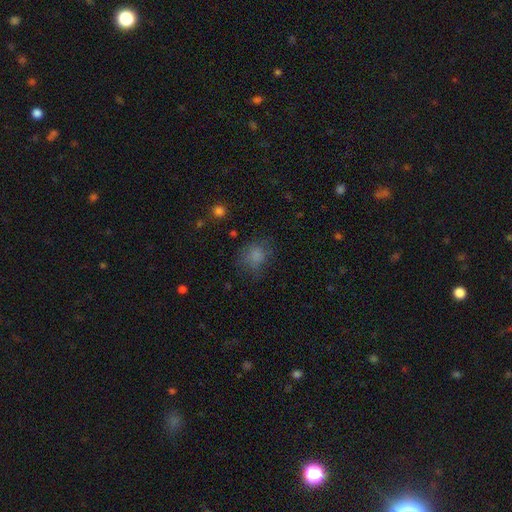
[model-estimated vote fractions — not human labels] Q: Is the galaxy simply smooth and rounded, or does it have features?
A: smooth — 78%.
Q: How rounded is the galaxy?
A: round — 65%.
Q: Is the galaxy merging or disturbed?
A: none — 62%.